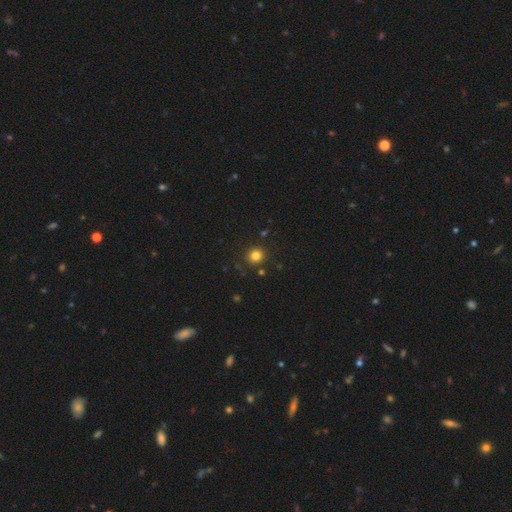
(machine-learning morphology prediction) This is clearly a smooth galaxy (81%). How rounded: clearly round (90%). Merging: clearly none (88%).